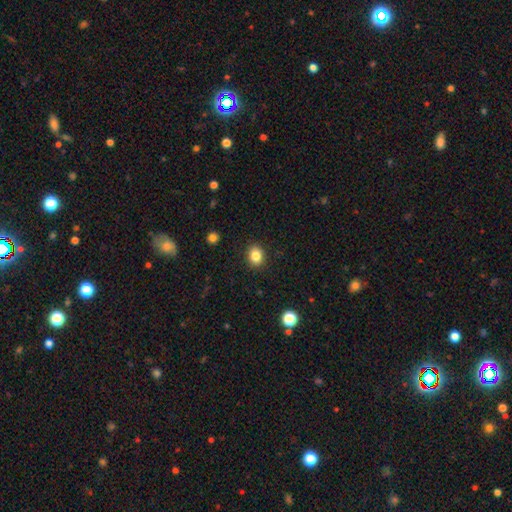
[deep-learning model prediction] smooth_or_featured: smooth (p=0.85) [alt: star or artifact p=0.10]
how_rounded: in between (p=0.54) [alt: round p=0.45]
merging: none (p=0.90) [alt: minor disturbance p=0.07]